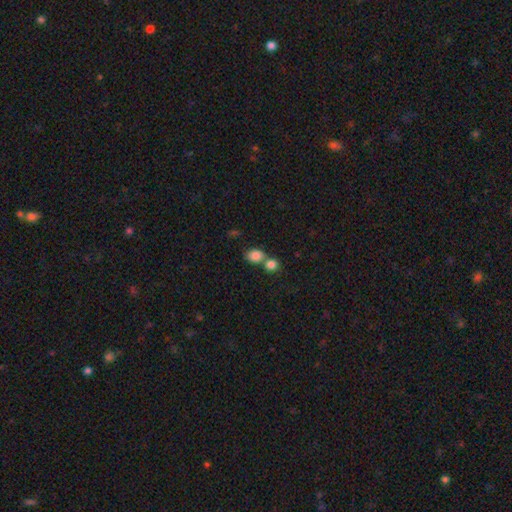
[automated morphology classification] Smooth or featured: smooth — 84% (star or artifact — 9%)
How rounded: in between — 54% (round — 45%)
Merging: merger — 50% (none — 38%)